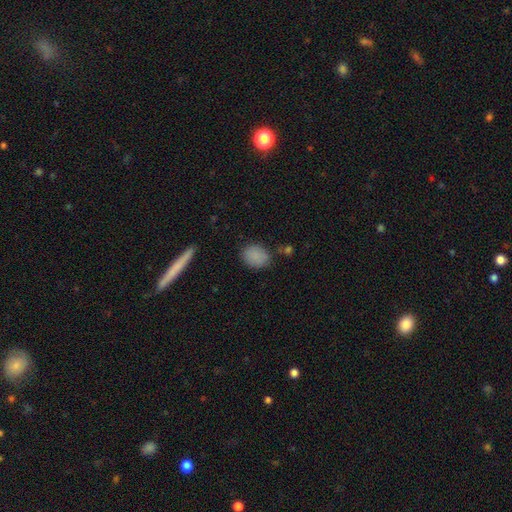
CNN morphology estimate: The model was most divided on "how rounded": in between: 62%, round: 37%, cigar-shaped: 2%. More confident: smooth or featured — smooth (86%); merging — none (78%).